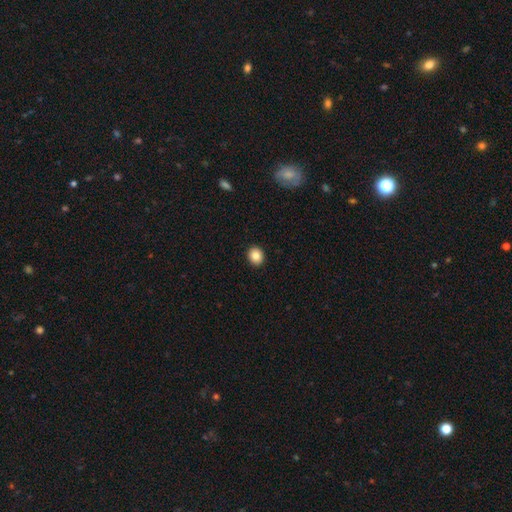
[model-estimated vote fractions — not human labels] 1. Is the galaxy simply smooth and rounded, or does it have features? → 85% smooth, 9% star or artifact, 6% featured or disk.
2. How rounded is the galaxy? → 70% round, 29% in between, 1% cigar-shaped.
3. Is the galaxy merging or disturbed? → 92% none, 5% minor disturbance, 2% major disturbance, 1% merger.